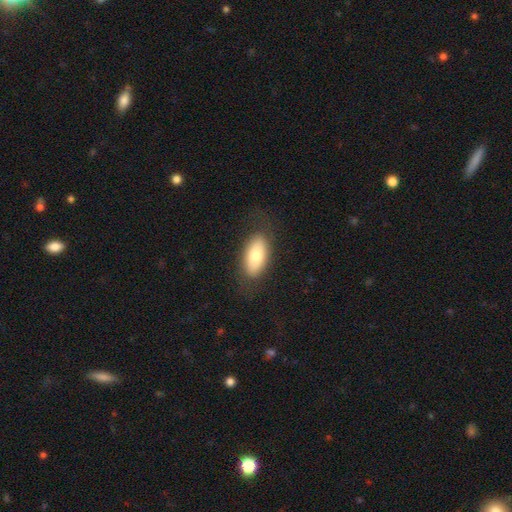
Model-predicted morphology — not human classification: The model was most divided on "smooth or featured": smooth: 75%, featured or disk: 18%, star or artifact: 6%. More confident: how rounded — in between (91%); merging — none (79%).